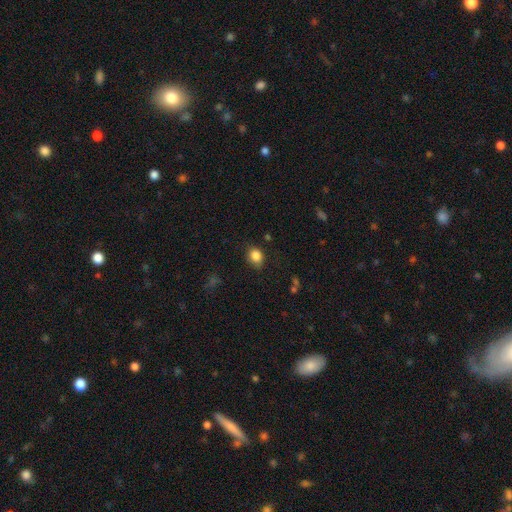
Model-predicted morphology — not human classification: smooth-or-featured: smooth: 85% | star or artifact: 10% | featured or disk: 5%
  how-rounded: round: 50% | in between: 49% | cigar-shaped: 1%
  merging: none: 77% | minor disturbance: 17% | major disturbance: 4% | merger: 1%